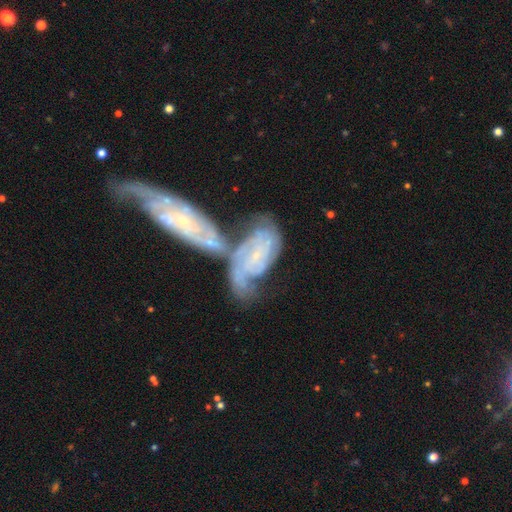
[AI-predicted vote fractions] Smooth or featured? featured or disk (82%)
Edge-on disk? no (92%)
Bar? no (57%)
Spiral arms? yes (94%)
Spiral winding? tight (58%)
Spiral arm count? can't tell (41%)
Bulge size? small (78%)
Merging? merger (60%)